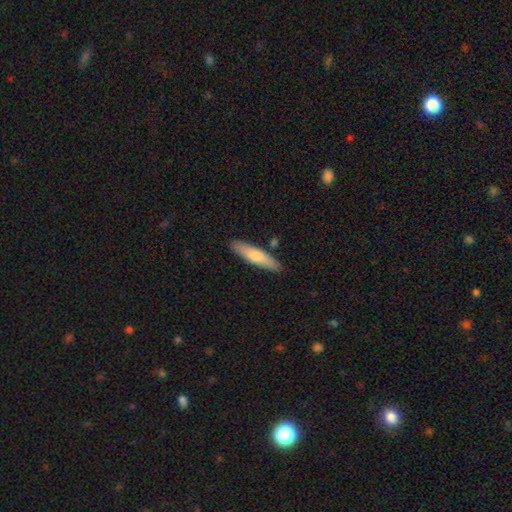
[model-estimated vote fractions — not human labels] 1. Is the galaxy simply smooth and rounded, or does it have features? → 73% smooth, 22% featured or disk, 5% star or artifact.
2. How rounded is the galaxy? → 79% cigar-shaped, 20% in between, 1% round.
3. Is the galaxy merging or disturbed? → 86% none, 9% minor disturbance, 3% merger, 2% major disturbance.